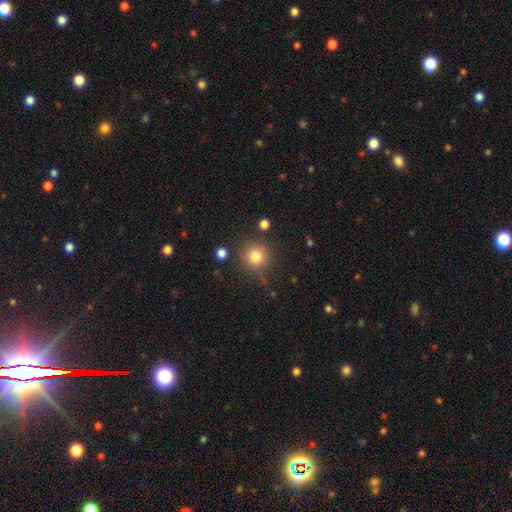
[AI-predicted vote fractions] smooth 80%, star or artifact 12%, featured or disk 7%. Down the decision tree: how rounded — round (93%); merging — none (82%).